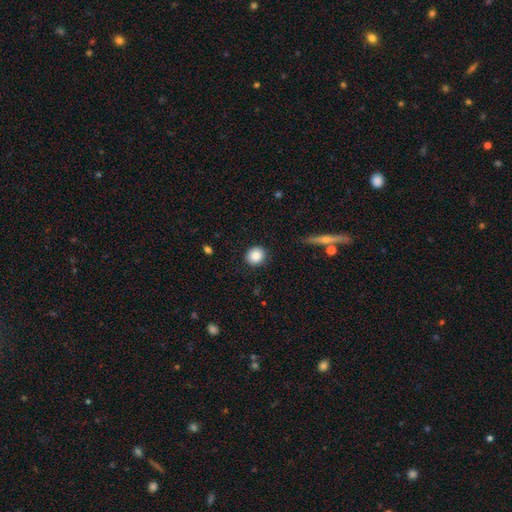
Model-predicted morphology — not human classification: smooth 85%, star or artifact 9%, featured or disk 6%. Down the decision tree: how rounded — round (85%); merging — none (89%).